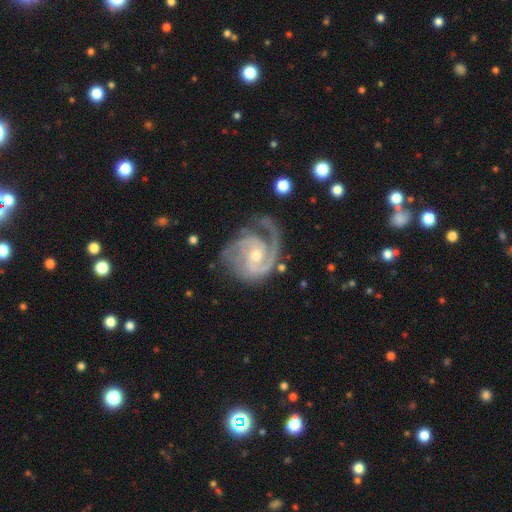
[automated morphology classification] A featured or disk galaxy (92%) with no bar (60%), 2 (48%) tight (54%) spiral arms (98%) and a moderate central bulge (53%). Merging: none (65%).